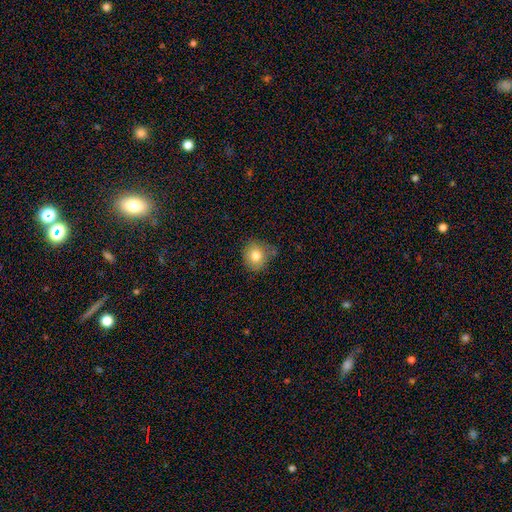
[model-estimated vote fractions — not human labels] Morphology: type=smooth (80%); roundness=round (81%); merging=none (74%).